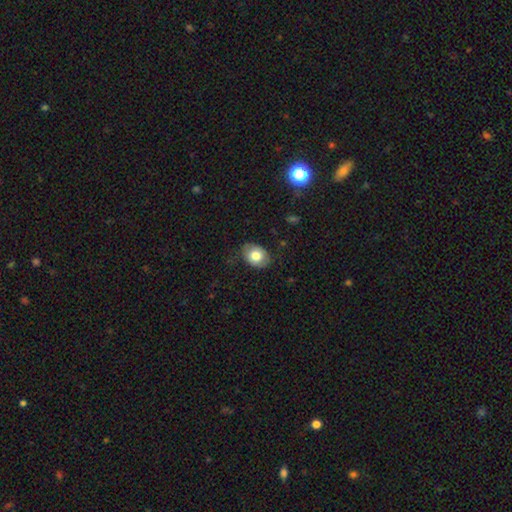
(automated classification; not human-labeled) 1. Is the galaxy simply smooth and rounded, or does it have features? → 77% smooth, 15% featured or disk, 8% star or artifact.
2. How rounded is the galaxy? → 66% in between, 33% round, 1% cigar-shaped.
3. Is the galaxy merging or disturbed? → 78% none, 17% minor disturbance, 4% major disturbance, 1% merger.